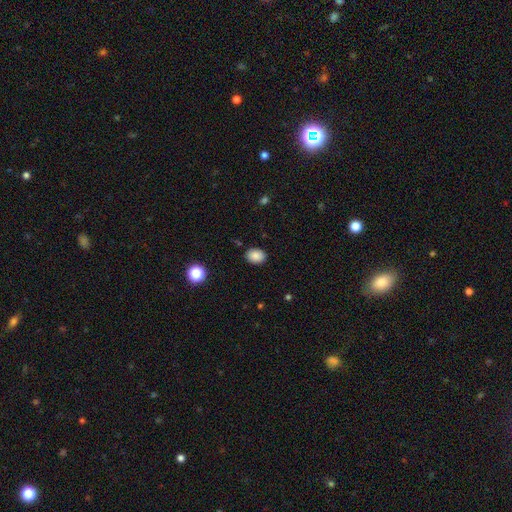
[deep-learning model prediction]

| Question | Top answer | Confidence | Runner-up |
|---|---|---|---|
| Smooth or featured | smooth | 86% | star or artifact (10%) |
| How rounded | in between | 72% | round (28%) |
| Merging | none | 87% | minor disturbance (9%) |